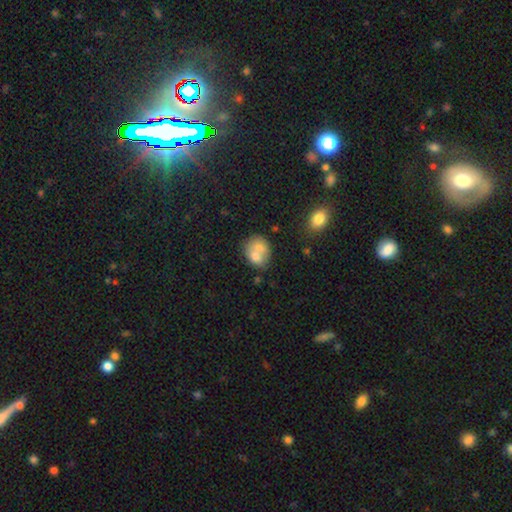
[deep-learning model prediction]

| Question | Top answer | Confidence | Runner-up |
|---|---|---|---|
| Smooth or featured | smooth | 68% | featured or disk (24%) |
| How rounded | round | 54% | in between (45%) |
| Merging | merger | 62% | none (26%) |